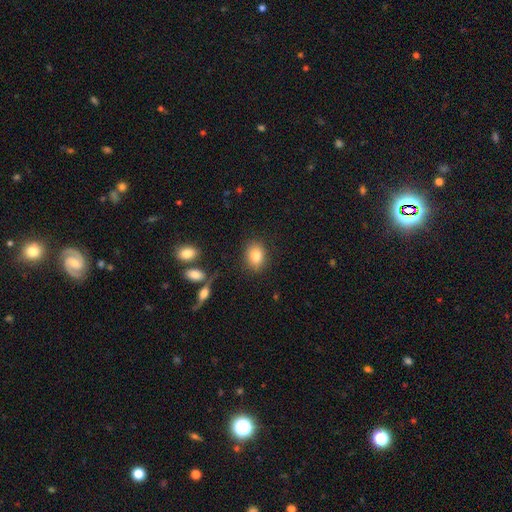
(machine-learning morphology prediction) This is clearly a smooth galaxy (82%). How rounded: likely in between (64%). Merging: clearly none (84%).